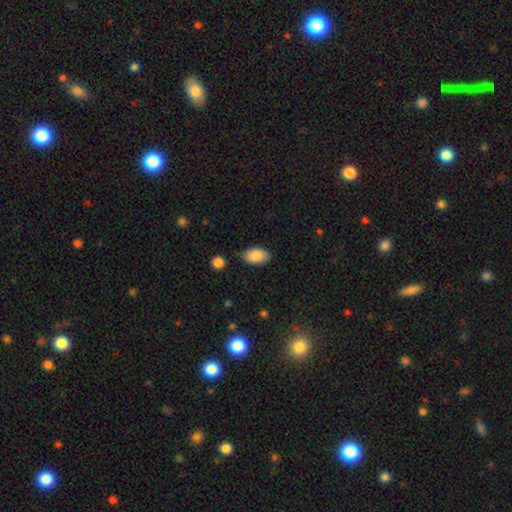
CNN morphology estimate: smooth-or-featured: smooth: 88% | star or artifact: 7% | featured or disk: 6%
  how-rounded: in between: 92% | round: 6% | cigar-shaped: 1%
  merging: none: 81% | minor disturbance: 14% | major disturbance: 3% | merger: 2%